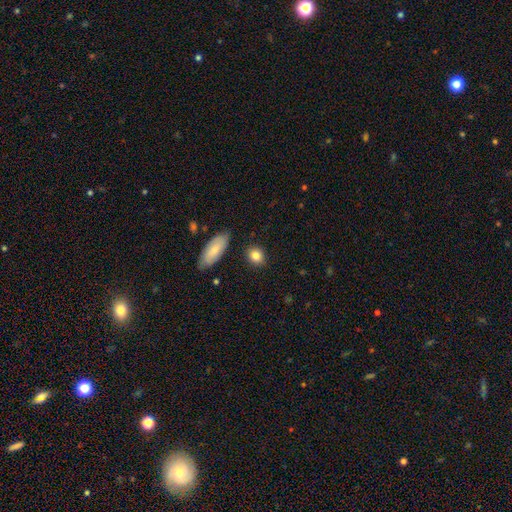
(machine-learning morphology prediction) smooth-or-featured: smooth: 83% | star or artifact: 9% | featured or disk: 8%
  how-rounded: round: 58% | in between: 39% | cigar-shaped: 3%
  merging: none: 86% | minor disturbance: 9% | merger: 3% | major disturbance: 3%